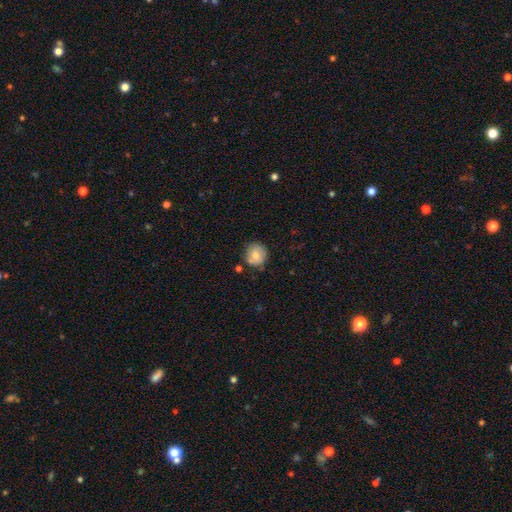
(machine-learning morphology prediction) The model was most divided on "smooth or featured": smooth: 71%, featured or disk: 21%, star or artifact: 8%. More confident: how rounded — round (84%); merging — none (72%).